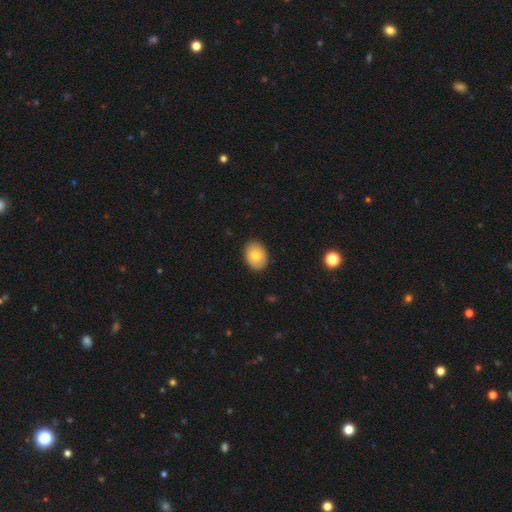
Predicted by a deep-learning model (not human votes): The model was most divided on "how rounded": in between: 77%, round: 22%, cigar-shaped: 1%. More confident: merging — none (88%); smooth or featured — smooth (77%).